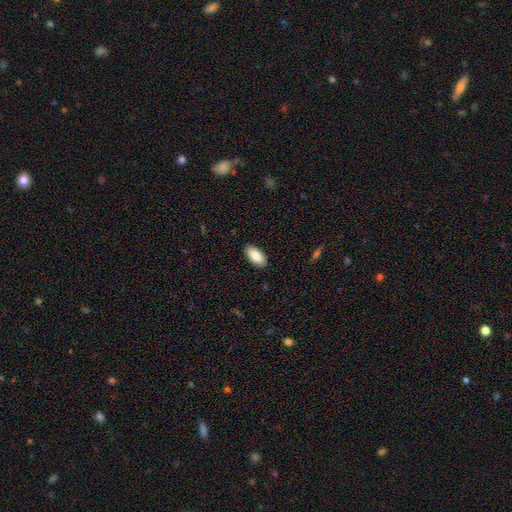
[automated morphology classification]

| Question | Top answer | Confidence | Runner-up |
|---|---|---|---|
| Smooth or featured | smooth | 86% | featured or disk (8%) |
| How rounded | in between | 92% | cigar-shaped (6%) |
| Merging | none | 89% | minor disturbance (8%) |